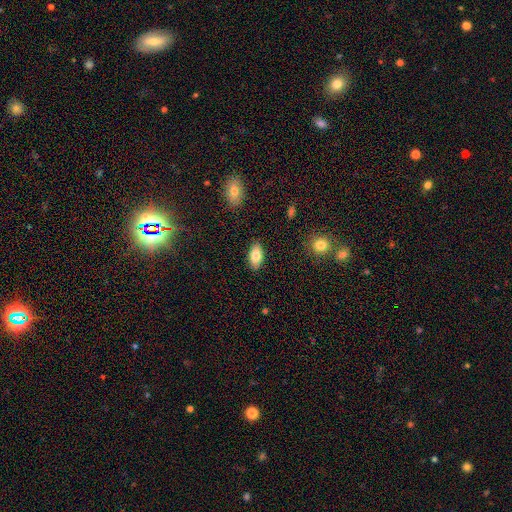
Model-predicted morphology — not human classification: This appears to be a smooth galaxy with no disk features (82%) that is in between round and cigar-shaped (92%). Merging: none (88%).